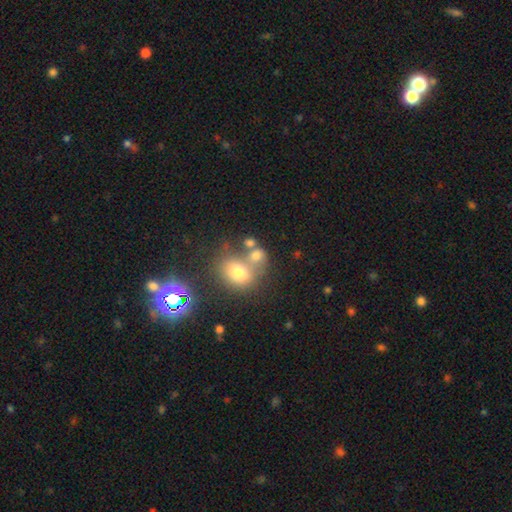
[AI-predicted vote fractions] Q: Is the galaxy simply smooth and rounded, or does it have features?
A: smooth — 69%.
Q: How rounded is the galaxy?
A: in between — 52%.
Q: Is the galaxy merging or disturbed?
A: merger — 47%.